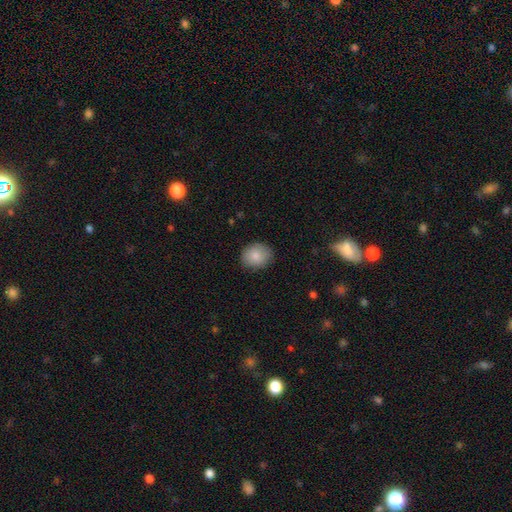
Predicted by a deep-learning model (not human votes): A smooth galaxy with no disk features (85%) that is round (60%). Merging: none (85%).